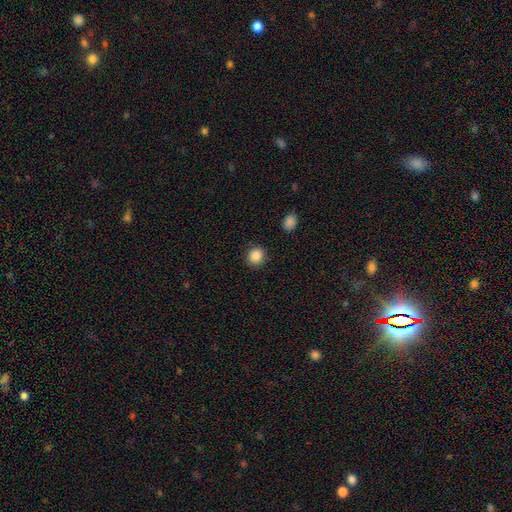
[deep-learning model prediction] The model was most divided on "smooth or featured": smooth: 87%, star or artifact: 10%, featured or disk: 4%. More confident: merging — none (91%); how rounded — round (90%).